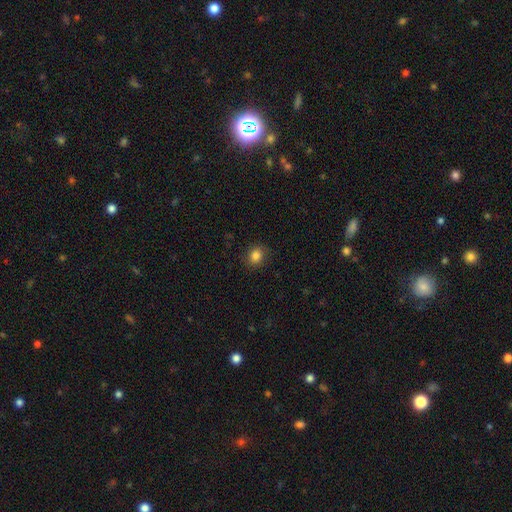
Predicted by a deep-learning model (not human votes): Smooth or featured? smooth (84%)
How rounded? round (70%)
Merging? none (86%)